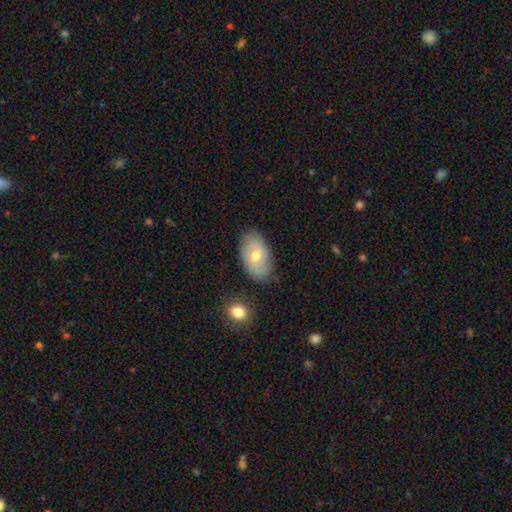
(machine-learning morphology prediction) type=smooth (53%); roundness=in between (92%); merging=none (79%).